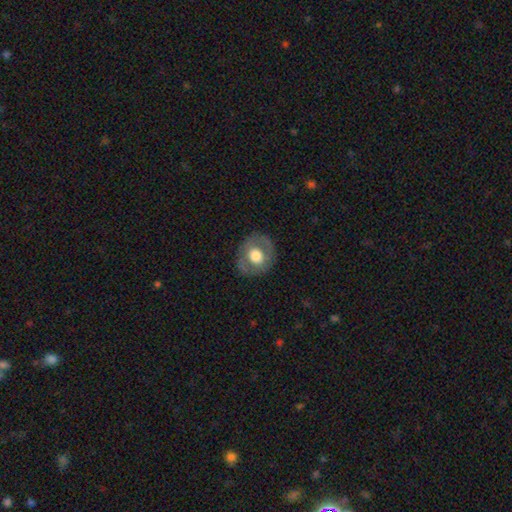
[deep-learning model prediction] The model was most divided on "smooth or featured": smooth: 54%, featured or disk: 39%, star or artifact: 7%. More confident: merging — none (80%); how rounded — round (76%).